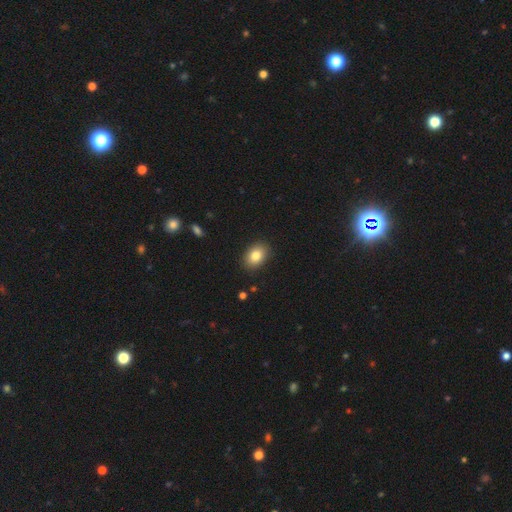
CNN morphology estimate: This appears to be a smooth galaxy with no disk features (83%) that is in between round and cigar-shaped (77%). Merging: none (88%).